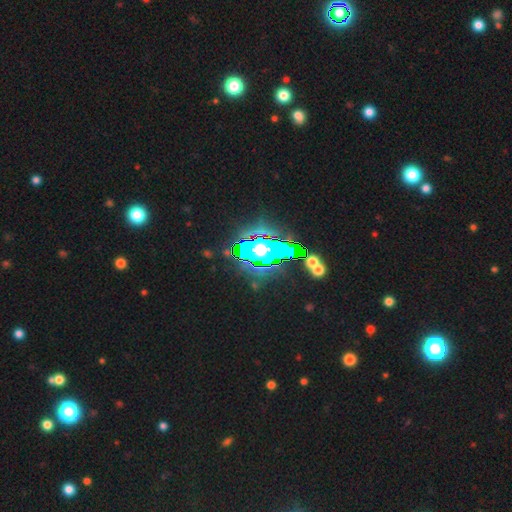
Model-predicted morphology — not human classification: A star or artifact, not a galaxy (75%).